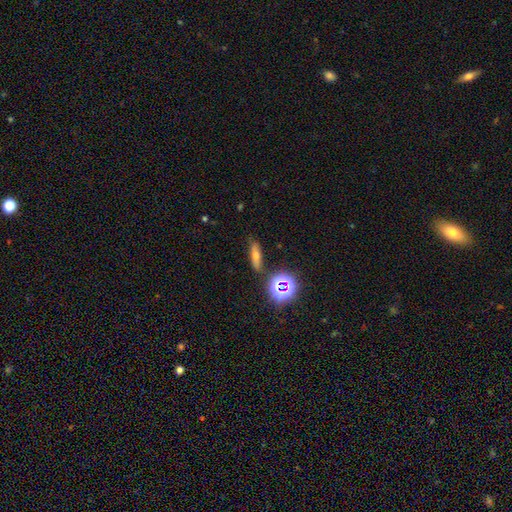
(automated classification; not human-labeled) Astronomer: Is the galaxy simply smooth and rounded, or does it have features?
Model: smooth — 46% (runner-up: star or artifact, 28%).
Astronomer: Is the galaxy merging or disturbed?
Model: none — 82%.